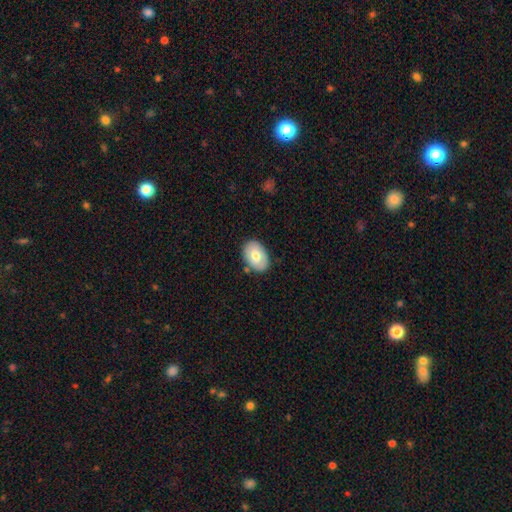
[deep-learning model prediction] Overall: smooth (69%). How rounded: in between (86%). Merging: none (83%).